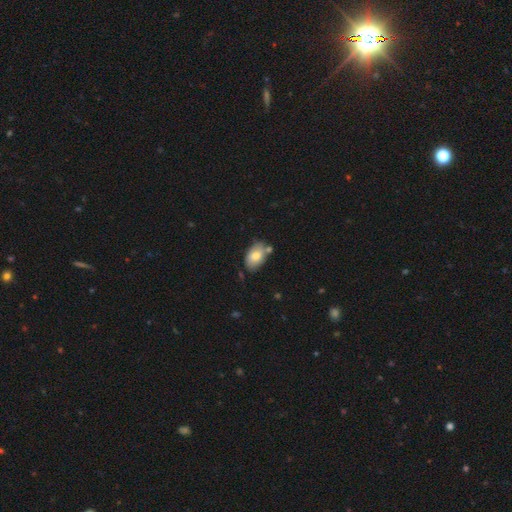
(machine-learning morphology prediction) This appears to be a smooth galaxy with no disk features (76%) that is in between round and cigar-shaped (88%). Merging: none (66%).